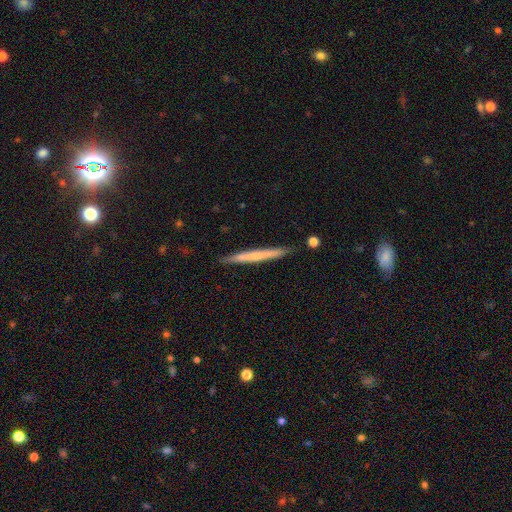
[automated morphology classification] This is possibly a smooth galaxy (54%). How rounded: clearly cigar-shaped (97%). Merging: clearly none (89%).